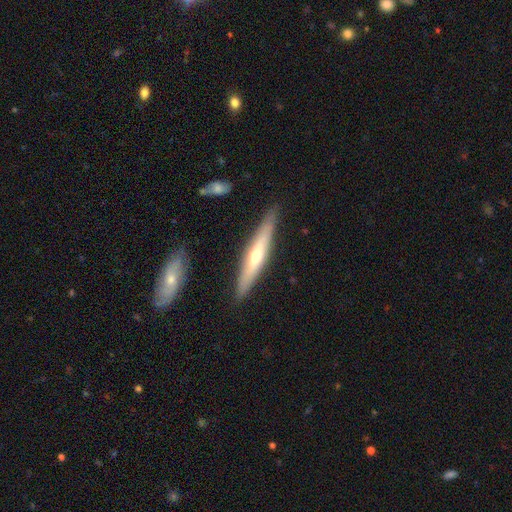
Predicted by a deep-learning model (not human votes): This appears to be a featured or disk galaxy (56%) viewed edge-on (89%) with a rounded central bulge (81%). Merging: none (87%).